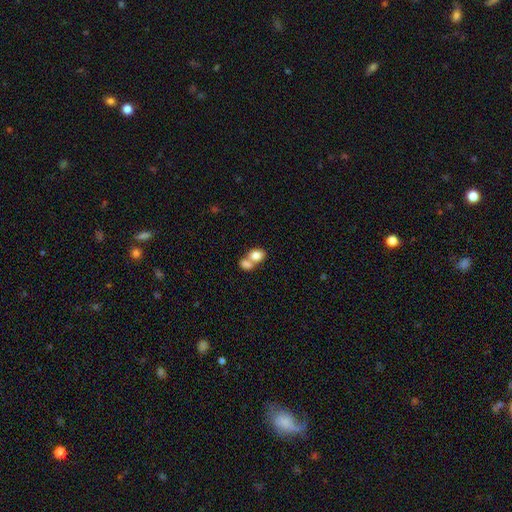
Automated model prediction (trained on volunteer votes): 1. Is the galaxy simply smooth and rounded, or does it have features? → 80% smooth, 12% featured or disk, 8% star or artifact.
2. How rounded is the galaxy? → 63% in between, 35% round, 1% cigar-shaped.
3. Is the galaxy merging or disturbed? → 60% merger, 29% none, 7% minor disturbance, 3% major disturbance.